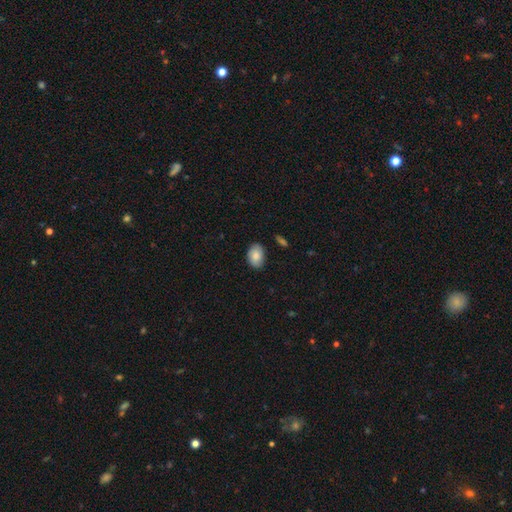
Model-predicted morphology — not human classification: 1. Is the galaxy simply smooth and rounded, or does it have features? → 84% smooth, 9% featured or disk, 7% star or artifact.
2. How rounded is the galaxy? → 85% in between, 14% round, 1% cigar-shaped.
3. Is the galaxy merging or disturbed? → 80% none, 16% minor disturbance, 3% major disturbance, 2% merger.